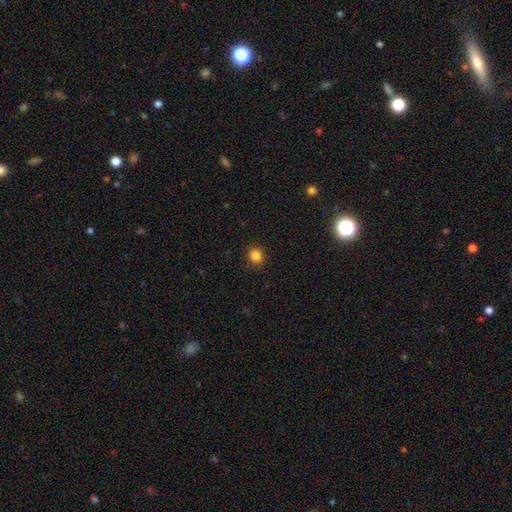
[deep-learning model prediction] Morphology: type=smooth (85%); roundness=round (77%); merging=none (90%).